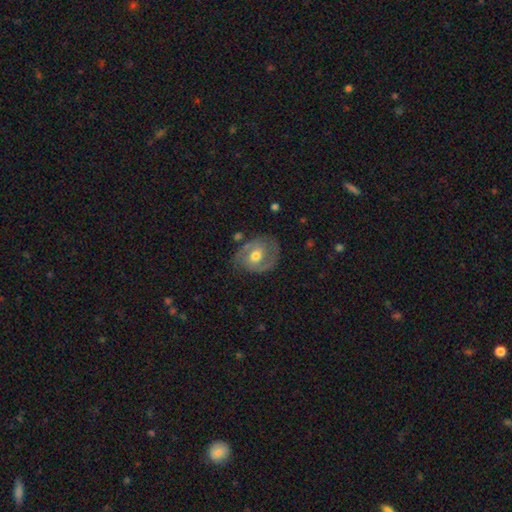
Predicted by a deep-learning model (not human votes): Smooth or featured? Predicted: featured or disk (p=0.75). Edge-on disk? Predicted: no (p=0.97). Bar? Predicted: weak (p=0.46). Spiral arms? Predicted: yes (p=0.86). Spiral winding? Predicted: medium (p=0.48). Spiral arm count? Predicted: 2 (p=0.82). Bulge size? Predicted: moderate (p=0.74). Merging? Predicted: none (p=0.74).